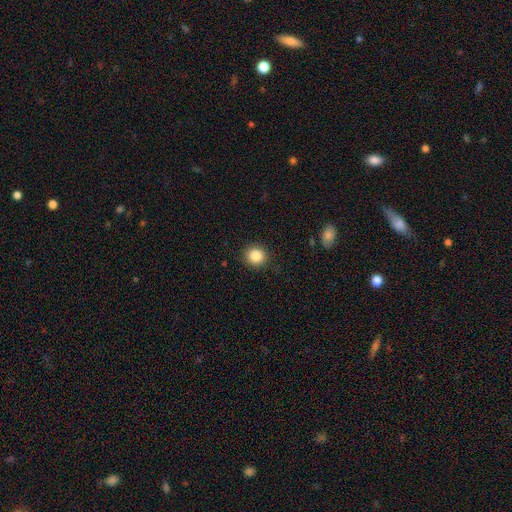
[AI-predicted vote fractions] A smooth galaxy with no disk features (87%) that is round (88%). Merging: none (90%).